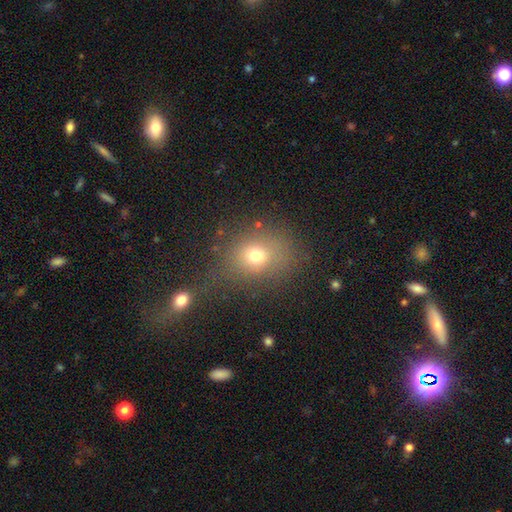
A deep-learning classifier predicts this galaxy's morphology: Smooth or featured? Predicted: smooth (p=0.72). How rounded? Predicted: round (p=0.58). Merging? Predicted: none (p=0.65).